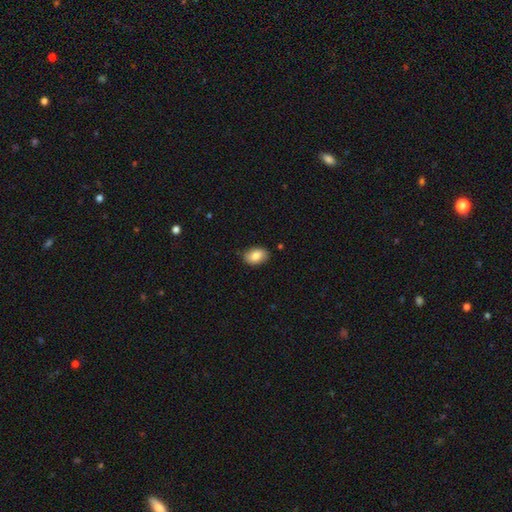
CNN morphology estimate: Overall: smooth (84%). How rounded: in between (88%). Merging: none (84%).